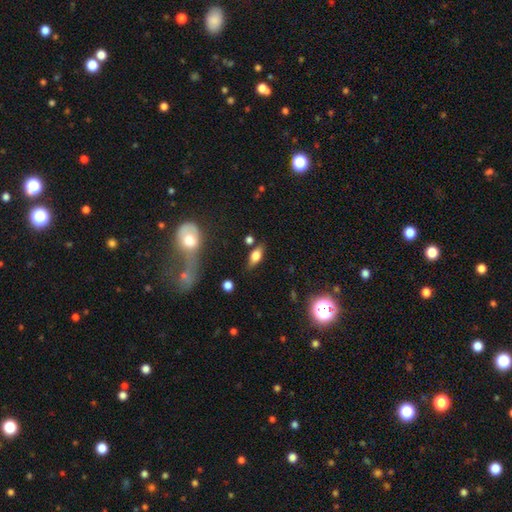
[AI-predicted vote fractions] Overall: smooth (60%; featured or disk 30%). How rounded: in between (77%). Merging: none (74%).